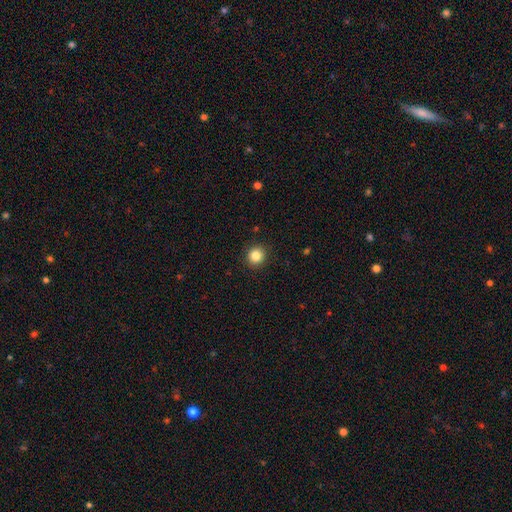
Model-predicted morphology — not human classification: Smooth or featured? smooth (84%)
How rounded? round (92%)
Merging? none (92%)